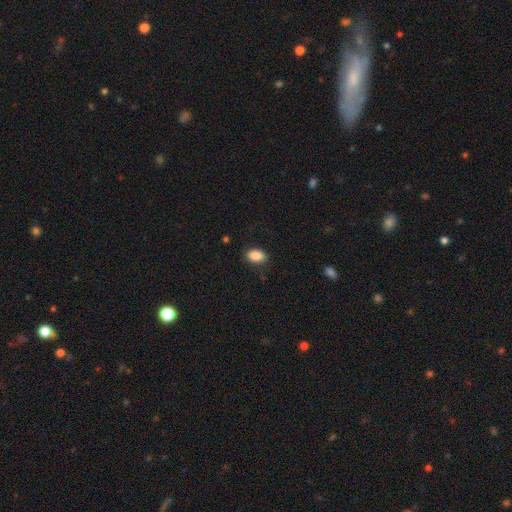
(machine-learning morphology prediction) Smooth or featured: smooth — 88% (star or artifact — 8%)
How rounded: in between — 86% (round — 13%)
Merging: none — 85% (minor disturbance — 11%)